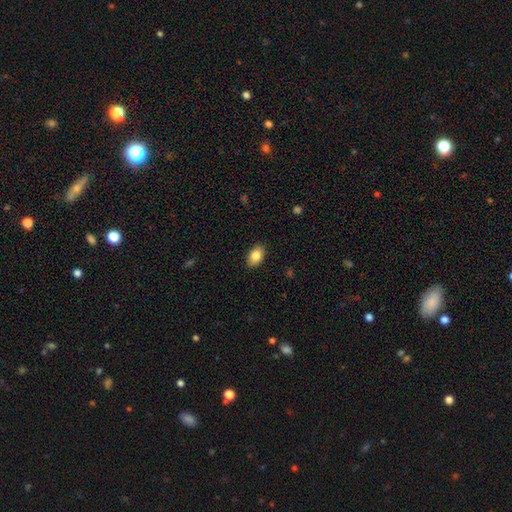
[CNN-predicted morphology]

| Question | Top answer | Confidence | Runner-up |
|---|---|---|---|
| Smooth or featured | smooth | 84% | featured or disk (9%) |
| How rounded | in between | 90% | round (8%) |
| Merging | none | 89% | minor disturbance (8%) |